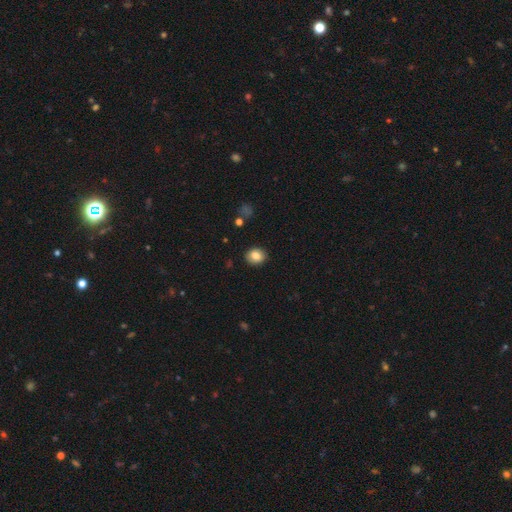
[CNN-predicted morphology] smooth 82%, star or artifact 9%, featured or disk 9%. Down the decision tree: how rounded — round (64%); merging — none (89%).